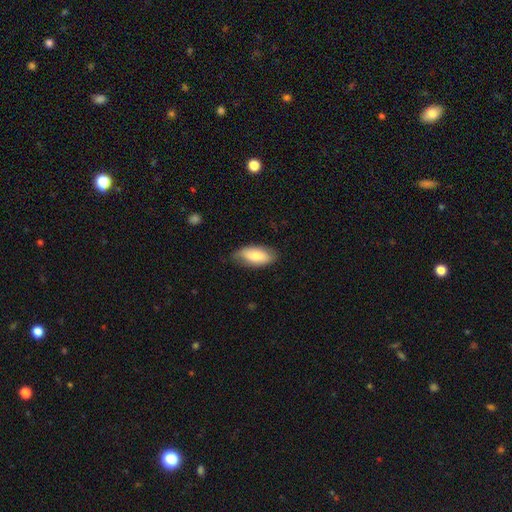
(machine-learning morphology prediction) Overall: smooth (74%). How rounded: in between (89%). Merging: none (72%).